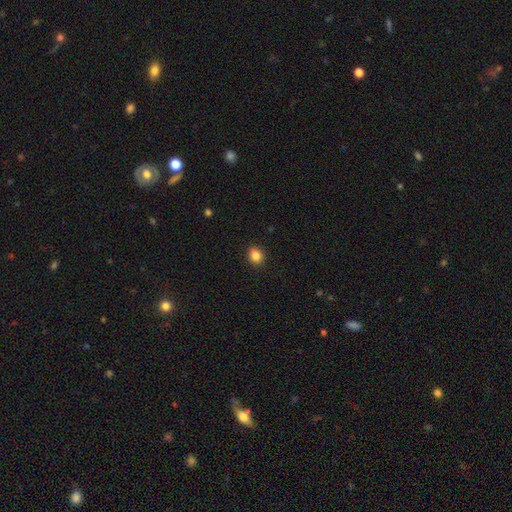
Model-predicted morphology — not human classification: Smooth or featured?
  - smooth: 85% *
  - star or artifact: 10%
  - featured or disk: 5%
How rounded?
  - round: 60% *
  - in between: 39%
  - cigar-shaped: 1%
Merging?
  - none: 89% *
  - minor disturbance: 8%
  - major disturbance: 2%
  - merger: 1%